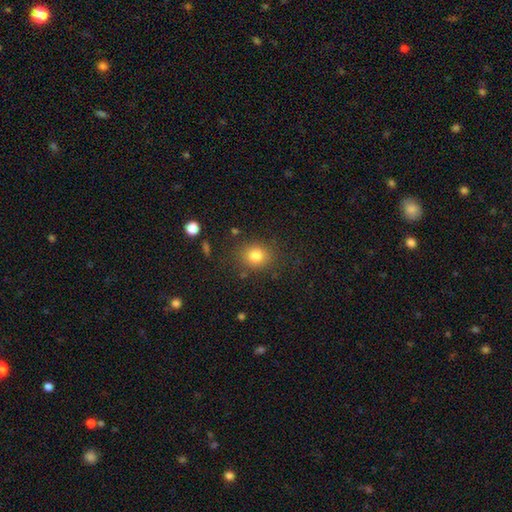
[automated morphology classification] Overall: smooth (81%). How rounded: round (71%). Merging: none (82%).